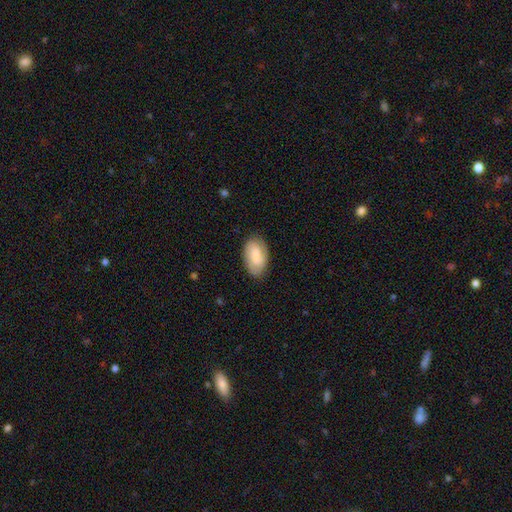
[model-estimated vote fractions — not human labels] A smooth galaxy with no disk features (66%) that is in between round and cigar-shaped (93%). Merging: none (78%).